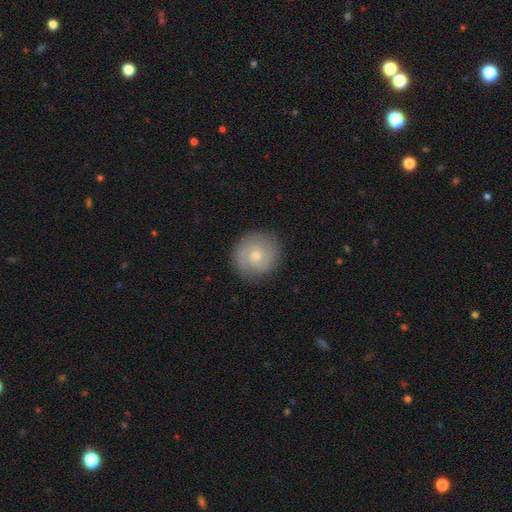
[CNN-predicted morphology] This is possibly a smooth galaxy (50%). Merging: clearly none (86%).